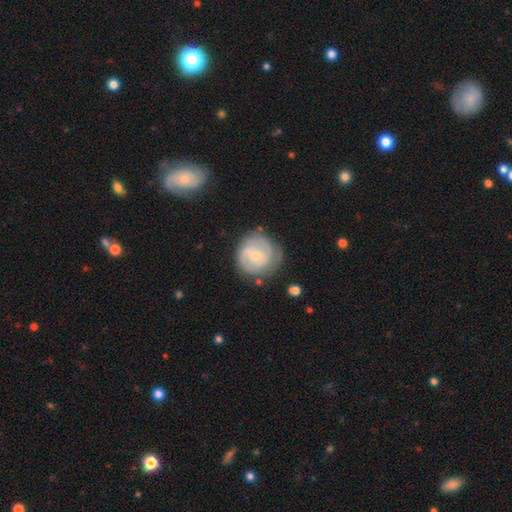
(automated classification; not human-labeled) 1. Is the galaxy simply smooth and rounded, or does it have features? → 61% featured or disk, 33% smooth, 6% star or artifact.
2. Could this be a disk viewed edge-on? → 98% no, 2% yes.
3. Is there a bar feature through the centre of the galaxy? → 49% no, 44% weak, 7% strong.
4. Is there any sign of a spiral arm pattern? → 83% yes, 17% no.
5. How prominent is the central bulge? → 57% small, 36% moderate, 4% none, 2% large, 1% dominant.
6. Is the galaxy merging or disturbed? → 67% none, 21% minor disturbance, 8% major disturbance, 3% merger.